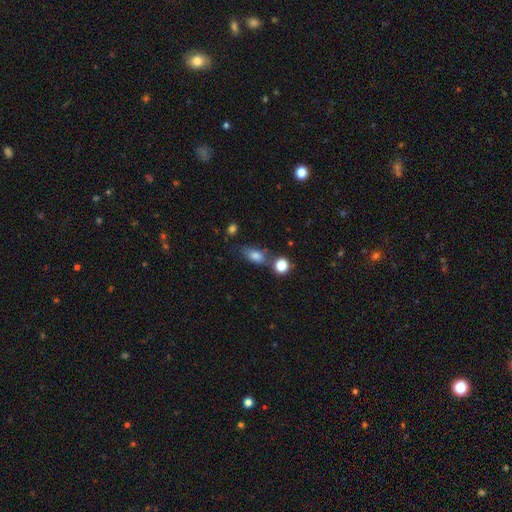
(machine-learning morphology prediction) Smooth or featured: smooth — 80% (star or artifact — 11%)
How rounded: in between — 78% (round — 14%)
Merging: none — 58% (minor disturbance — 20%)